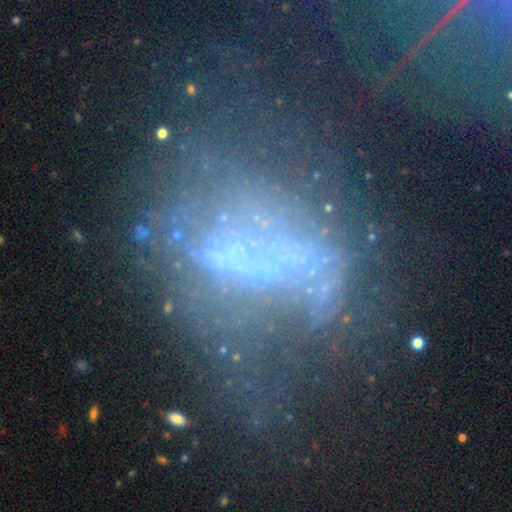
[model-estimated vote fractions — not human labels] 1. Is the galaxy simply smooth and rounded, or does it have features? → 54% featured or disk, 28% star or artifact, 19% smooth.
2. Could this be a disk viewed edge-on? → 89% no, 11% yes.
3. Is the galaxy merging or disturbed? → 41% major disturbance, 31% none, 17% minor disturbance, 11% merger.